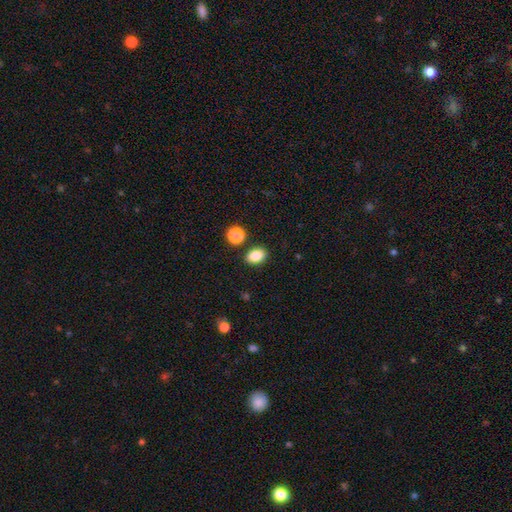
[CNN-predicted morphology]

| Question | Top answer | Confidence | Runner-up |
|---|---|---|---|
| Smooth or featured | smooth | 85% | star or artifact (10%) |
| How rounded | in between | 77% | round (21%) |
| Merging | none | 84% | minor disturbance (9%) |